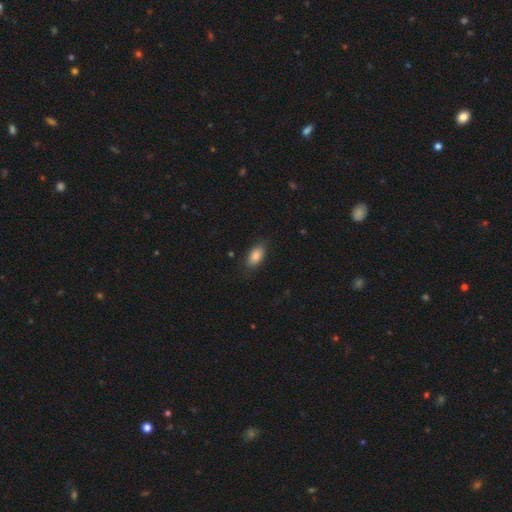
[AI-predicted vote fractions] This is clearly a smooth galaxy (84%). How rounded: clearly in between (91%). Merging: clearly none (81%).